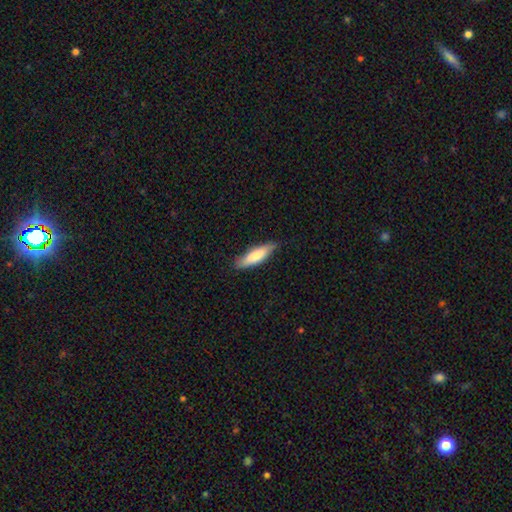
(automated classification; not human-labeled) A smooth galaxy with no disk features (75%) that is cigar-shaped (61%). Merging: none (80%).